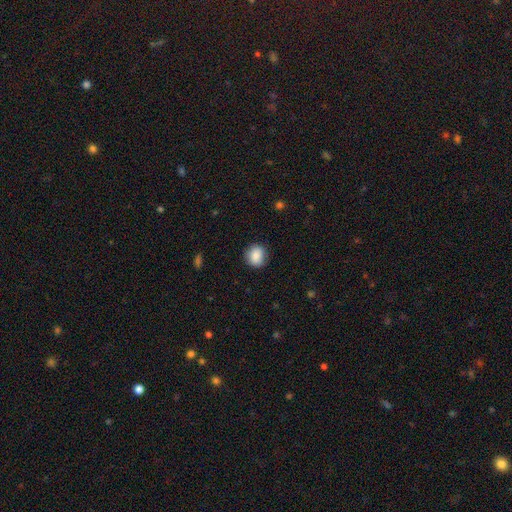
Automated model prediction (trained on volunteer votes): Smooth or featured: smooth — 85% (star or artifact — 8%)
How rounded: round — 83% (in between — 16%)
Merging: none — 87% (minor disturbance — 10%)